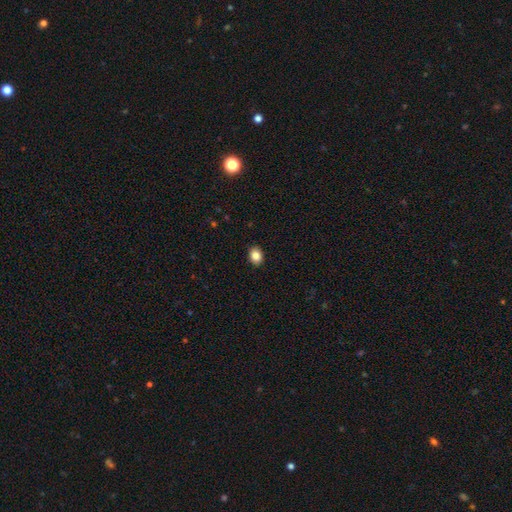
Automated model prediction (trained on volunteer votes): smooth-or-featured: smooth: 85% | star or artifact: 9% | featured or disk: 6%
  how-rounded: in between: 60% | round: 39% | cigar-shaped: 1%
  merging: none: 90% | minor disturbance: 7% | major disturbance: 2% | merger: 1%